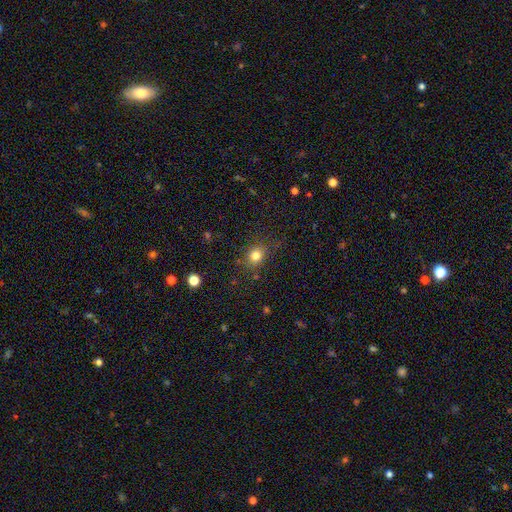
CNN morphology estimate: Q: Smooth or featured?
A: smooth (80%); runner-up: star or artifact (13%)
Q: How rounded?
A: round (62%); runner-up: in between (37%)
Q: Merging?
A: none (80%); runner-up: minor disturbance (13%)